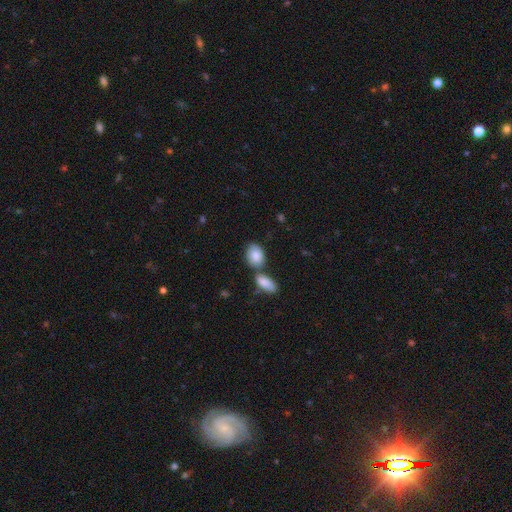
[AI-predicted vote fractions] Smooth or featured?
  - smooth: 86% *
  - featured or disk: 8%
  - star or artifact: 6%
How rounded?
  - in between: 77% *
  - round: 21%
  - cigar-shaped: 2%
Merging?
  - none: 51% *
  - merger: 32%
  - minor disturbance: 13%
  - major disturbance: 4%